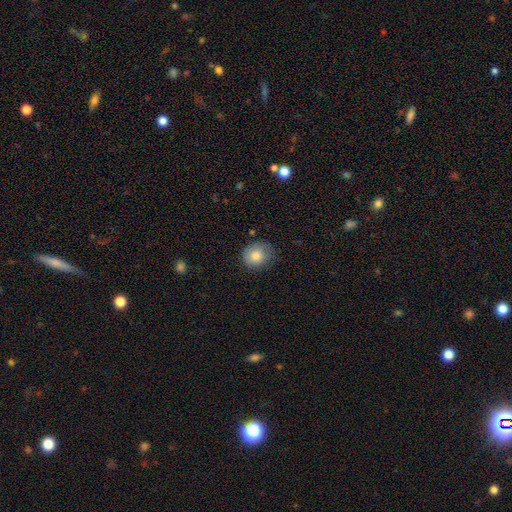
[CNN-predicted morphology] Smooth or featured: smooth — 80% (featured or disk — 12%)
How rounded: round — 72% (in between — 27%)
Merging: none — 66% (minor disturbance — 26%)